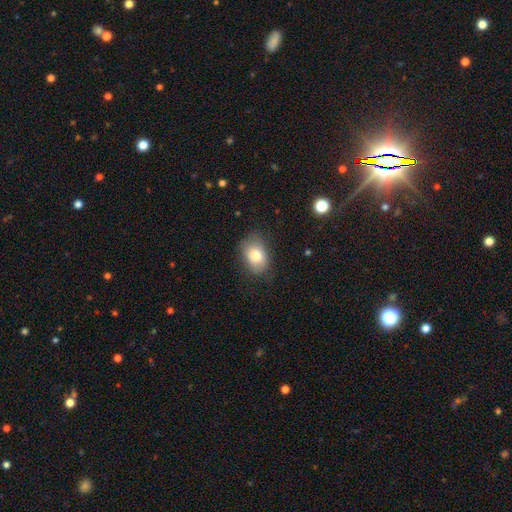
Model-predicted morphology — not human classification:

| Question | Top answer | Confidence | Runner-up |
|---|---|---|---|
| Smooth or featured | smooth | 80% | featured or disk (12%) |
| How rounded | in between | 77% | round (22%) |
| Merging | none | 72% | minor disturbance (21%) |